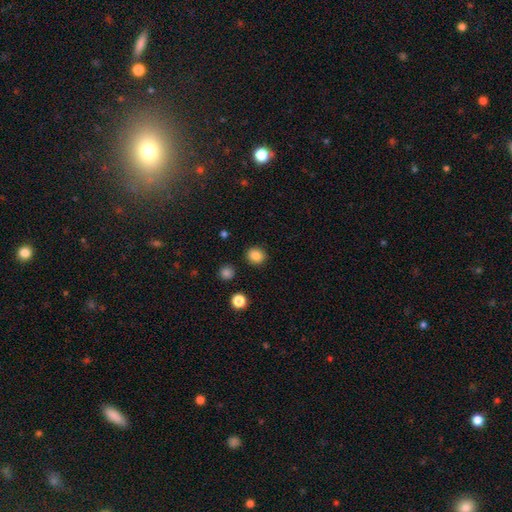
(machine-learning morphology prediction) A smooth galaxy with no disk features (85%) that is round (82%). Merging: none (89%).